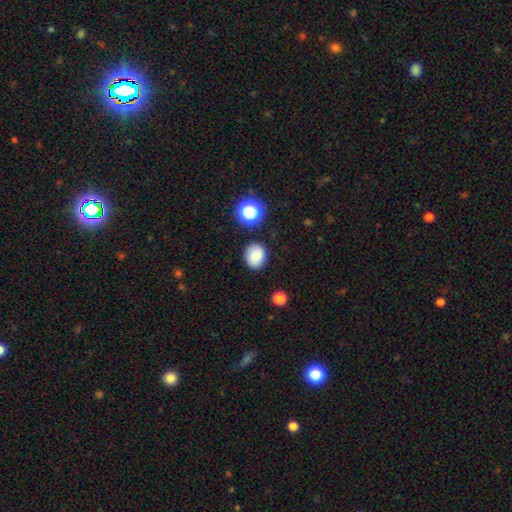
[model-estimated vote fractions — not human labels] This is likely a smooth galaxy (79%). How rounded: possibly round (57%). Merging: clearly none (82%).